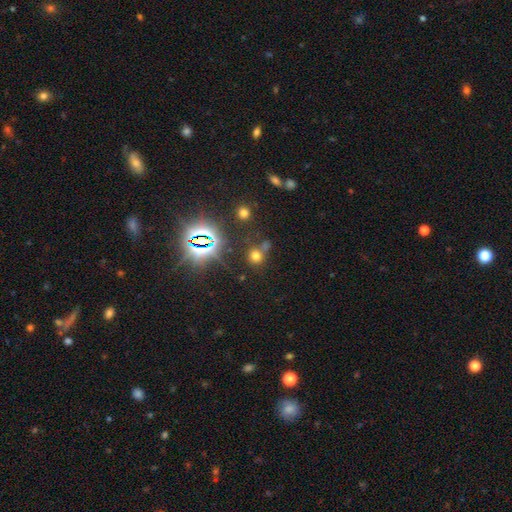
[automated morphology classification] A smooth galaxy with no disk features (58%) that is round (82%).

Vote fractions:
- Smooth or featured? smooth: 58% / star or artifact: 33% / featured or disk: 9%
- How rounded? round: 82% / in between: 16% / cigar-shaped: 2%
- Merging? none: 59% / merger: 22% / minor disturbance: 12% / major disturbance: 8%